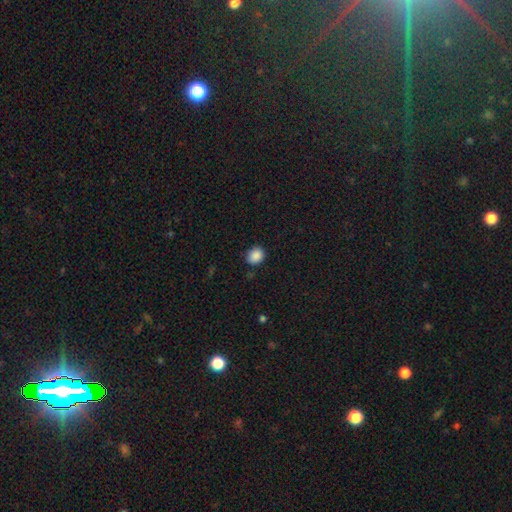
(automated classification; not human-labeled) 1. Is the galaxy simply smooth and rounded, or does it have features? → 88% smooth, 9% star or artifact, 3% featured or disk.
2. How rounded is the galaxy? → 63% round, 36% in between, 1% cigar-shaped.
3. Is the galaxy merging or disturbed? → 84% none, 12% minor disturbance, 3% major disturbance, 1% merger.